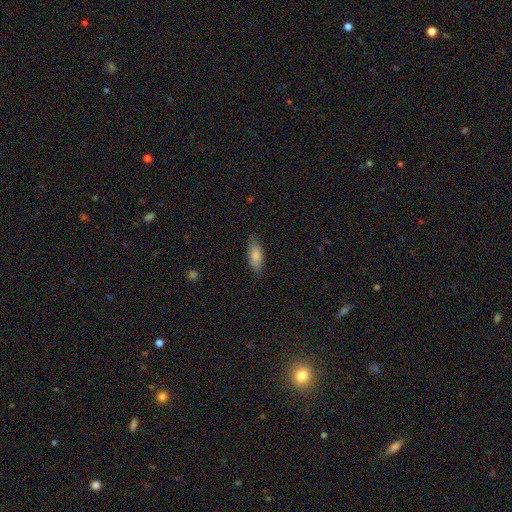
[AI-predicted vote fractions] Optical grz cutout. It shows a smooth galaxy with no disk features (83%) that is in between round and cigar-shaped (79%). Merging: none (82%).